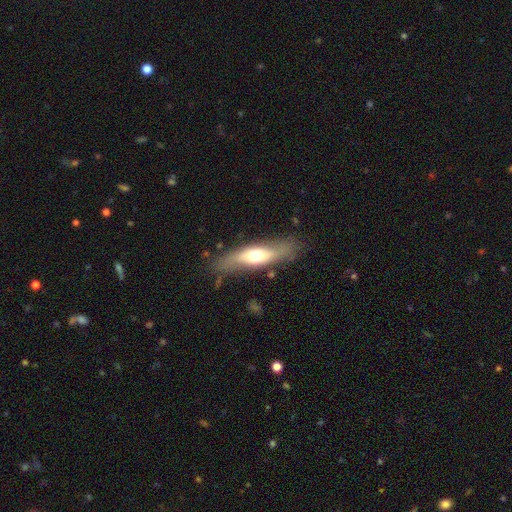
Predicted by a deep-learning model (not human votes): This is possibly a smooth galaxy (47%, tied with featured or disk). Merging: likely none (78%).